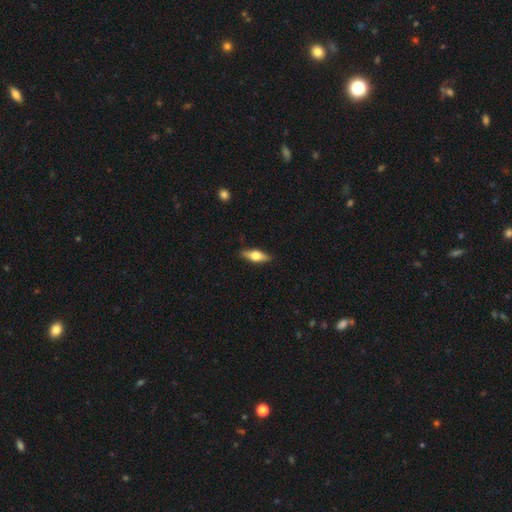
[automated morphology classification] A featured or disk galaxy (50%). Merging: none (88%).